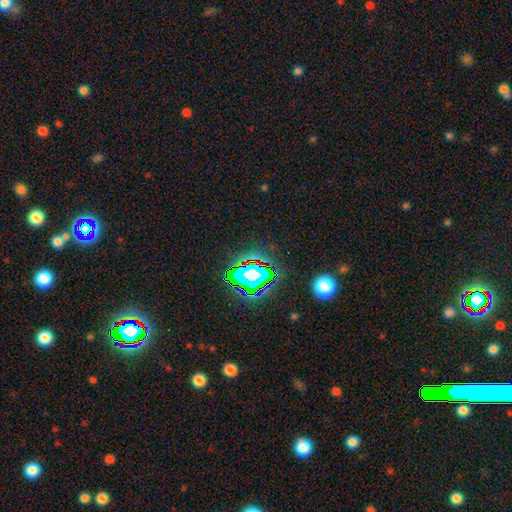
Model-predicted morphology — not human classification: type=star or artifact (81%).